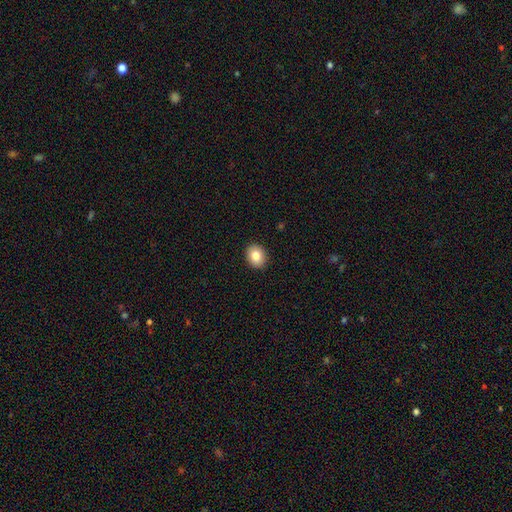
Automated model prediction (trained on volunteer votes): Smooth or featured?
  - smooth: 83% *
  - star or artifact: 9%
  - featured or disk: 8%
How rounded?
  - round: 58% *
  - in between: 41%
  - cigar-shaped: 1%
Merging?
  - none: 92% *
  - minor disturbance: 6%
  - major disturbance: 2%
  - merger: 1%